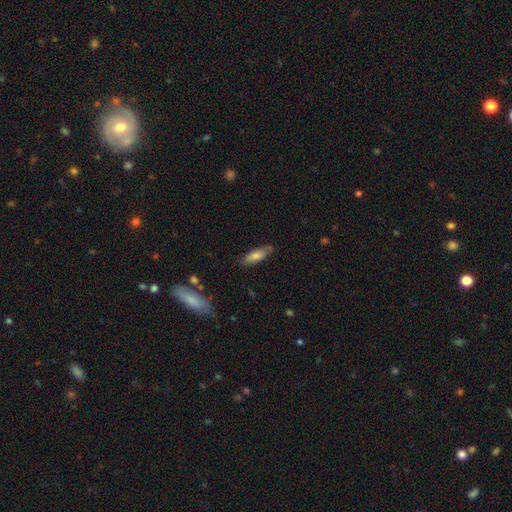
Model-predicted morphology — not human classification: Smooth or featured: smooth — 67% (featured or disk — 26%)
How rounded: in between — 51% (cigar-shaped — 47%)
Merging: none — 80% (minor disturbance — 15%)